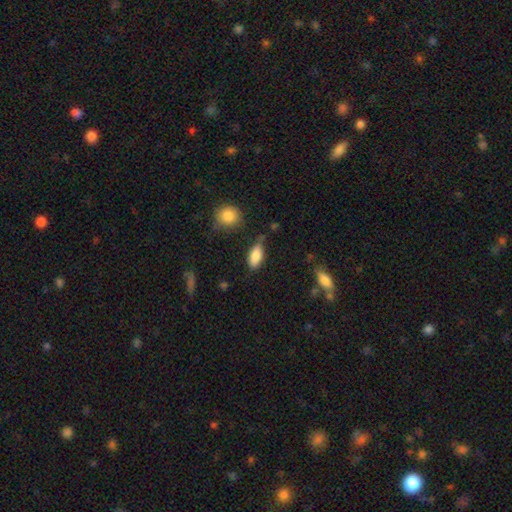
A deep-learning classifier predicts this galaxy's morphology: A smooth galaxy with no disk features (83%) that is in between round and cigar-shaped (87%).

Vote fractions:
- Smooth or featured? smooth: 83% / featured or disk: 10% / star or artifact: 7%
- How rounded? in between: 87% / cigar-shaped: 9% / round: 3%
- Merging? none: 67% / minor disturbance: 24% / major disturbance: 5% / merger: 5%